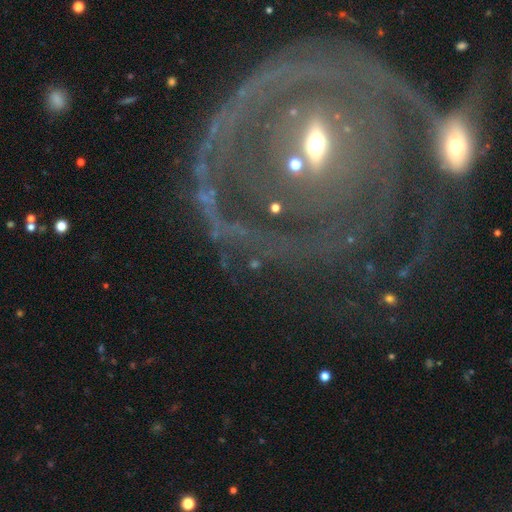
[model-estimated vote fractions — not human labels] A featured or disk galaxy (76%) with a strong bar (36%), spiral arms (71%) and a moderate central bulge (53%). Merging: none (66%).